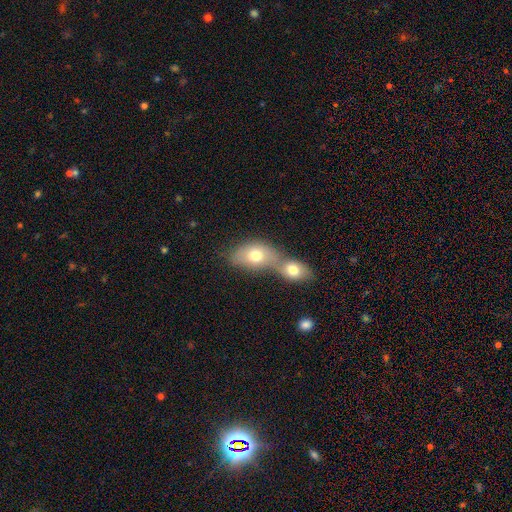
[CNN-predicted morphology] A smooth galaxy with no disk features (72%) that is in between round and cigar-shaped (75%). Merging: merger (72%).